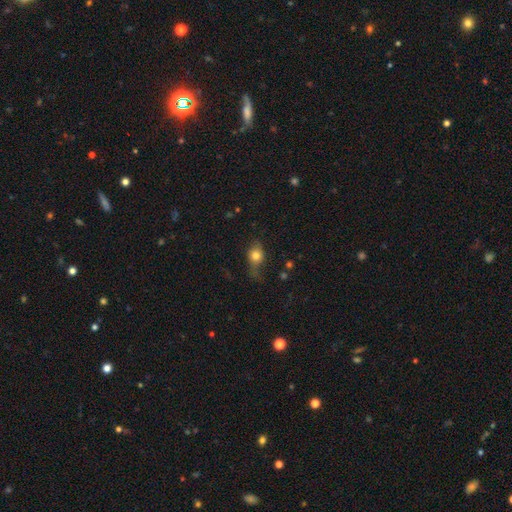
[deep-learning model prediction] A smooth galaxy with no disk features (75%) that is in between round and cigar-shaped (51%). Merging: none (48%).